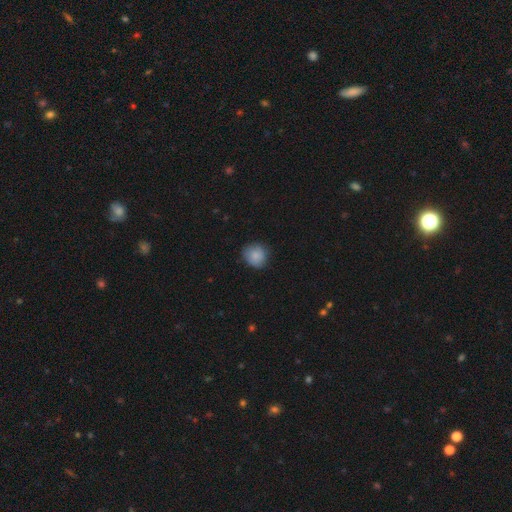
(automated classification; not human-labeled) A smooth galaxy with no disk features (87%) that is round (86%). Merging: none (81%).